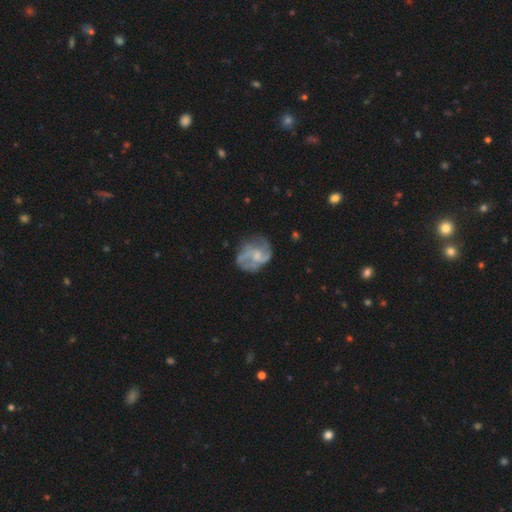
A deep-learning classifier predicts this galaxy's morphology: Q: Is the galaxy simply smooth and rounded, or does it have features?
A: featured or disk — 72%.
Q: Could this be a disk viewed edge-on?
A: no — 98%.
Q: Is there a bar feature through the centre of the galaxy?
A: no — 58%.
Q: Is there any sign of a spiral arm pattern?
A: yes — 80%.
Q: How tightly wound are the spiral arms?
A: medium — 44%.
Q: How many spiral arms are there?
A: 2 — 33%.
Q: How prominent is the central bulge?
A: moderate — 37%.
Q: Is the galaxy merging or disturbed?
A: none — 59%.